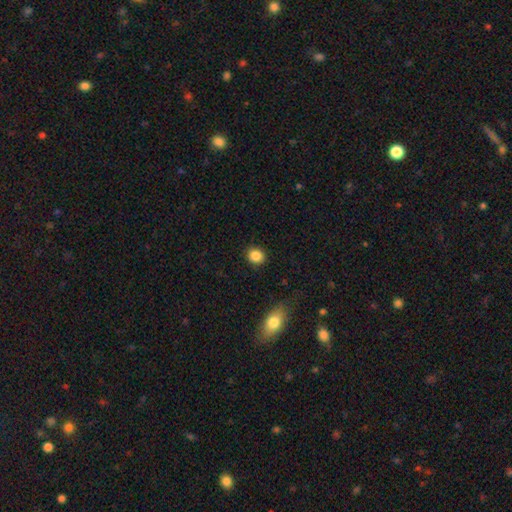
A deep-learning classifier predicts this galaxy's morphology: Overall: smooth (86%). How rounded: round (76%). Merging: none (90%).